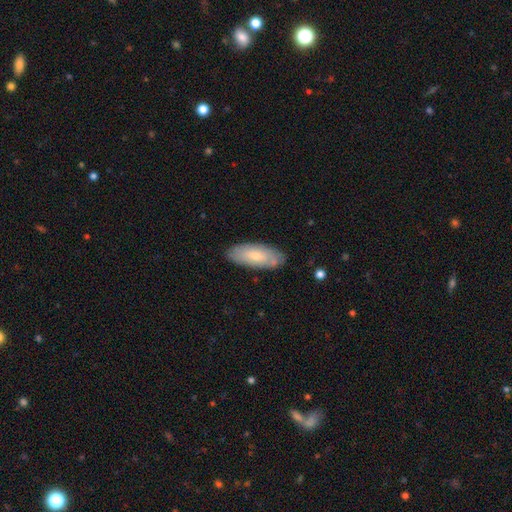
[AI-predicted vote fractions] smooth 65%, featured or disk 29%, star or artifact 6%. Down the decision tree: how rounded — in between (81%); merging — none (81%).